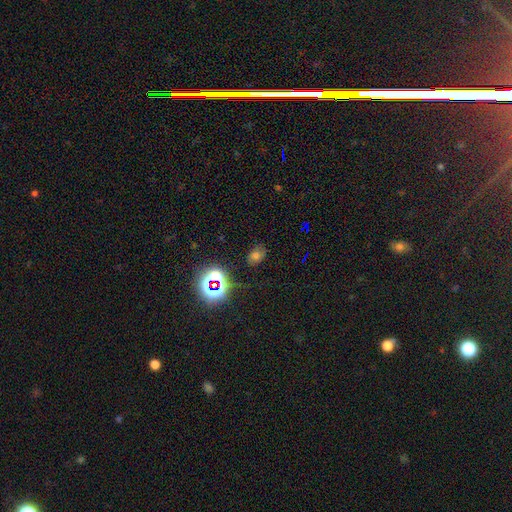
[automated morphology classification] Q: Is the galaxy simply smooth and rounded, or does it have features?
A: smooth — 56%.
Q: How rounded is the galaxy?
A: in between — 64%.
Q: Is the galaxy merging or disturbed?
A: none — 71%.